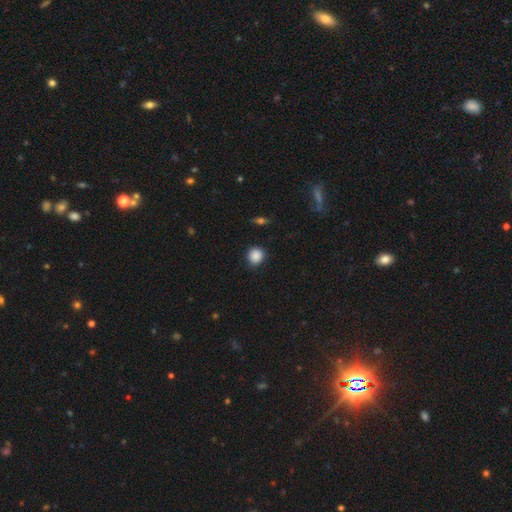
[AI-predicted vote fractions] Smooth or featured?
  - smooth: 88% *
  - star or artifact: 9%
  - featured or disk: 3%
How rounded?
  - round: 89% *
  - in between: 9%
  - cigar-shaped: 1%
Merging?
  - none: 87% *
  - minor disturbance: 10%
  - major disturbance: 2%
  - merger: 1%